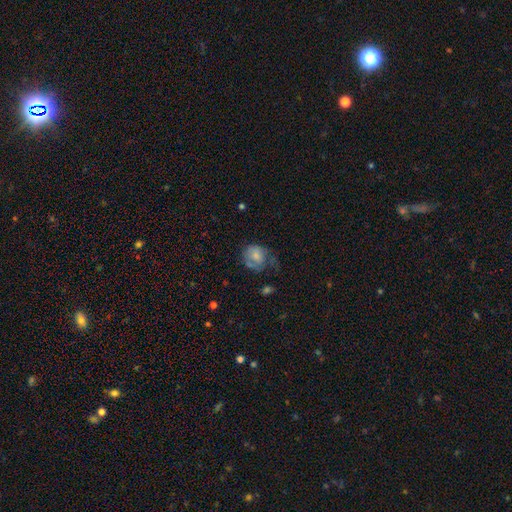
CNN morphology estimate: smooth 63%, featured or disk 29%, star or artifact 9%. Down the decision tree: how rounded — round (62%); merging — none (34%).